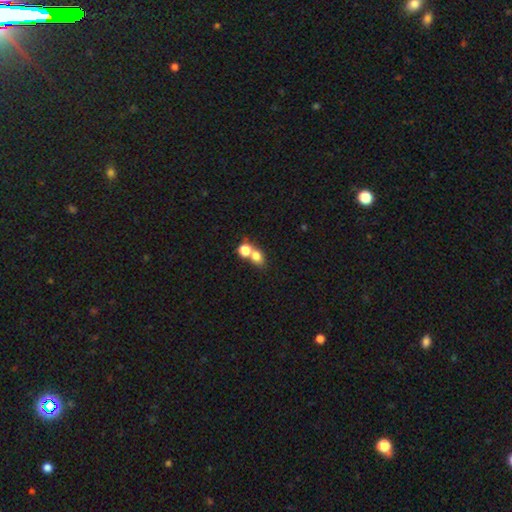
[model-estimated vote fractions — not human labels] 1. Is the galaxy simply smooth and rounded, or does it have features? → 76% smooth, 14% star or artifact, 10% featured or disk.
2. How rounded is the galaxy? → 54% round, 45% in between, 2% cigar-shaped.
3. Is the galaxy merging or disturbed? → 48% merger, 41% none, 7% minor disturbance, 4% major disturbance.